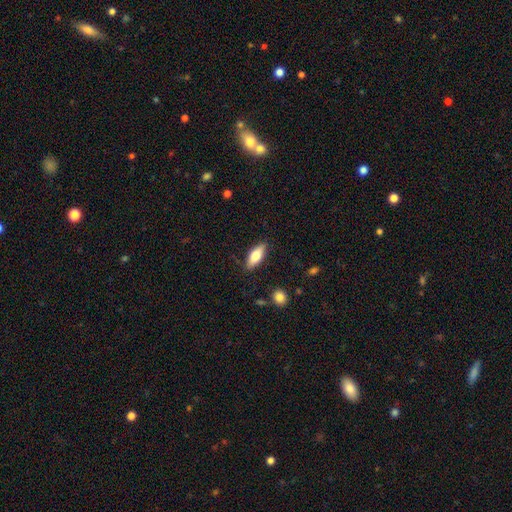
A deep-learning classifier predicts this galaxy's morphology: A smooth galaxy with no disk features (71%) that is in between round and cigar-shaped (71%).

Vote fractions:
- Smooth or featured? smooth: 71% / featured or disk: 23% / star or artifact: 6%
- How rounded? in between: 71% / cigar-shaped: 27% / round: 2%
- Merging? none: 86% / minor disturbance: 10% / major disturbance: 2% / merger: 1%